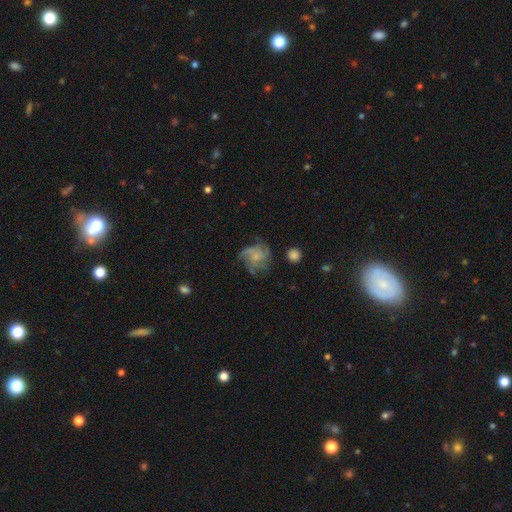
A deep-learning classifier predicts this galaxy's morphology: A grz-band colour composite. It shows a featured or disk galaxy (63%) with no bar (76%), 3 (33%) medium (43%) spiral arms (87%) and a small central bulge (41%). Merging: none (57%).